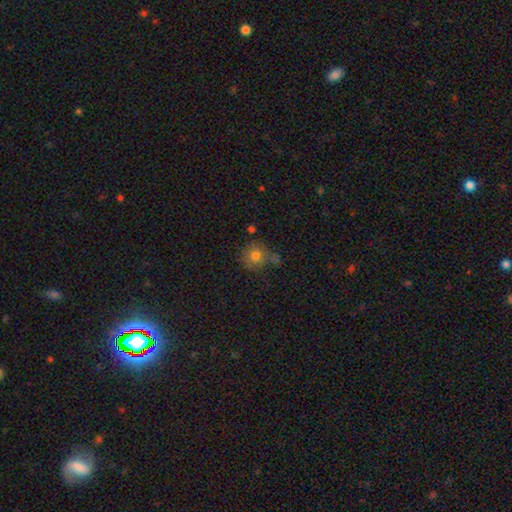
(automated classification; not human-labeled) A smooth galaxy with no disk features (73%) that is round (80%).

Vote fractions:
- Smooth or featured? smooth: 73% / featured or disk: 15% / star or artifact: 11%
- How rounded? round: 80% / in between: 19% / cigar-shaped: 1%
- Merging? none: 46% / minor disturbance: 25% / major disturbance: 15% / merger: 14%